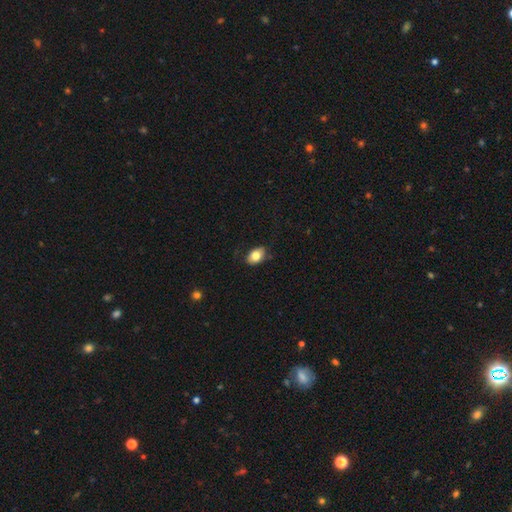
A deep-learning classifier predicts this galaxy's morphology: A smooth galaxy with no disk features (81%) that is in between round and cigar-shaped (86%).

Vote fractions:
- Smooth or featured? smooth: 81% / featured or disk: 11% / star or artifact: 8%
- How rounded? in between: 86% / round: 13% / cigar-shaped: 1%
- Merging? none: 77% / minor disturbance: 18% / major disturbance: 3% / merger: 1%